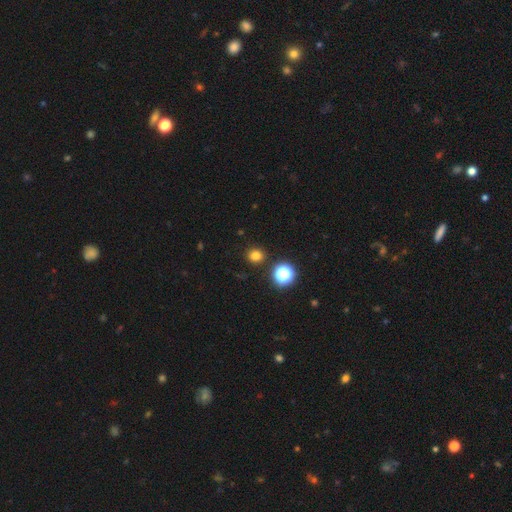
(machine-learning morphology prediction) Smooth or featured: smooth — 78% (star or artifact — 18%)
How rounded: round — 83% (in between — 16%)
Merging: none — 89% (minor disturbance — 6%)